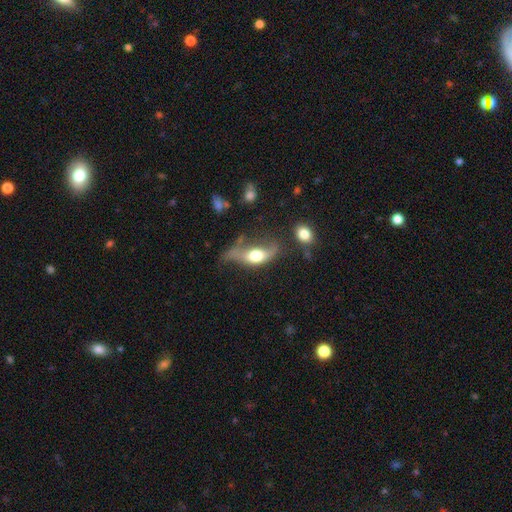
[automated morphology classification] Smooth or featured: smooth — 46% (tied with featured or disk — 46%)
Merging: major disturbance — 41% (none — 24%)